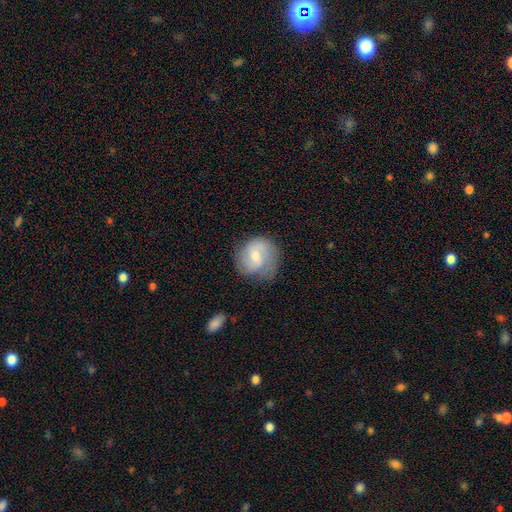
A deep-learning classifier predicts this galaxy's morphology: A featured or disk galaxy (59%) with a weak bar (47%), 2 (57%) medium (45%) spiral arms (89%) and a moderate central bulge (50%). Merging: none (65%).